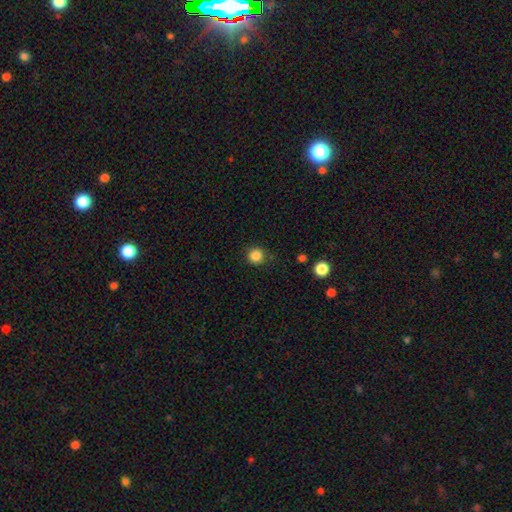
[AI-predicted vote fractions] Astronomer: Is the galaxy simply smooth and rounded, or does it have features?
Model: smooth — 85%.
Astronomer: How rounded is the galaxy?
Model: round — 94%.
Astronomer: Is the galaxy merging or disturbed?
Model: none — 87%.